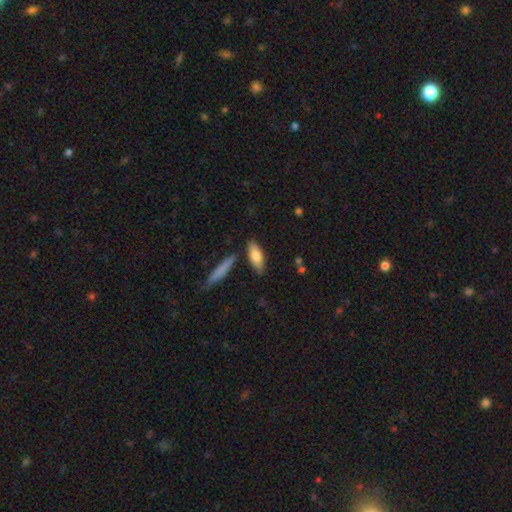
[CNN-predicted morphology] Smooth or featured: smooth — 77% (featured or disk — 17%)
How rounded: in between — 64% (cigar-shaped — 34%)
Merging: none — 76% (minor disturbance — 13%)